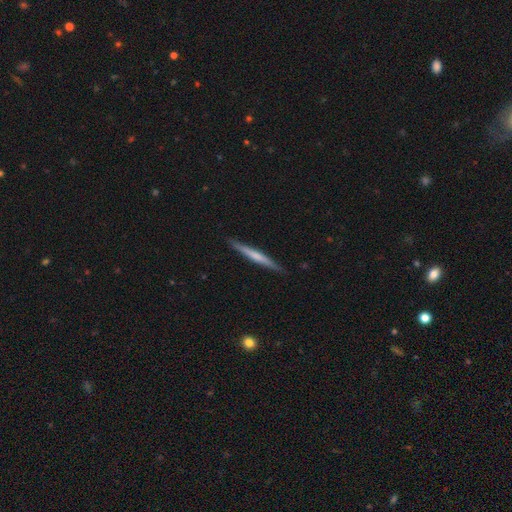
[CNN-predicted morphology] The model was most divided on "smooth or featured": featured or disk: 49%, smooth: 46%, star or artifact: 5%. More confident: merging — none (90%).